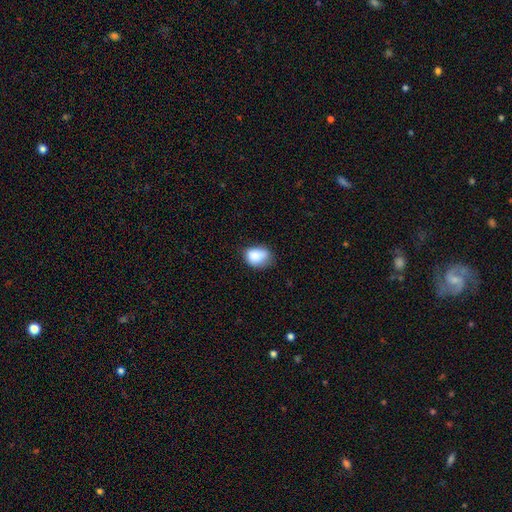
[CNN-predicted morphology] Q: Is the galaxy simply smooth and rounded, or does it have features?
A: smooth — 84%.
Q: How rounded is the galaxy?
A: in between — 67%.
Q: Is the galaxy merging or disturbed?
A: none — 52%.